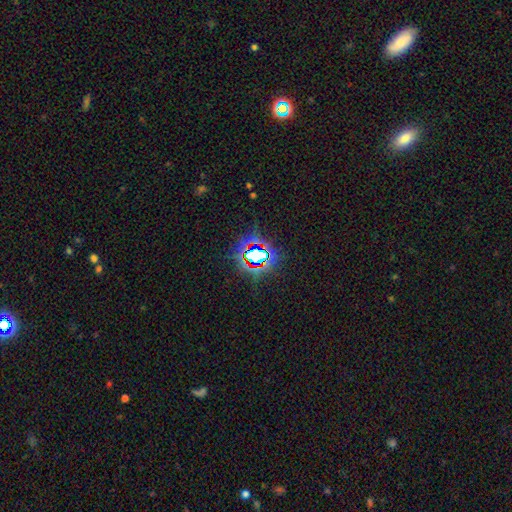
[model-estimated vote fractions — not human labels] The model was most divided on "smooth or featured": star or artifact: 74%, smooth: 16%, featured or disk: 11%.